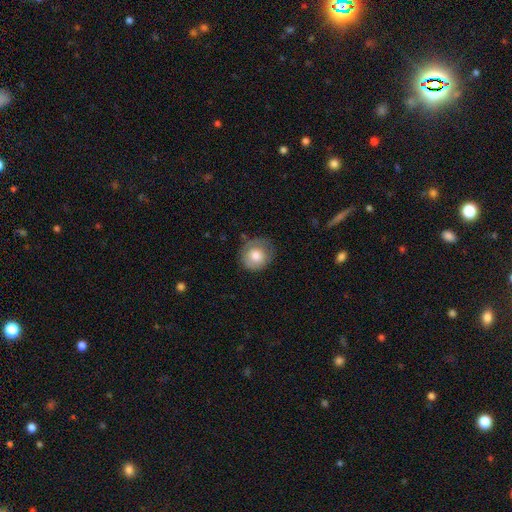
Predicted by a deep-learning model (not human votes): Smooth or featured? Predicted: smooth (p=0.73). How rounded? Predicted: round (p=0.84). Merging? Predicted: none (p=0.65).